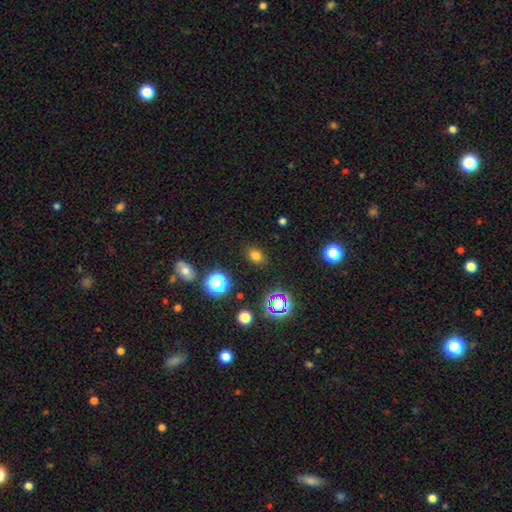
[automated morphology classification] A smooth galaxy with no disk features (73%) that is in between round and cigar-shaped (55%). Merging: none (87%).